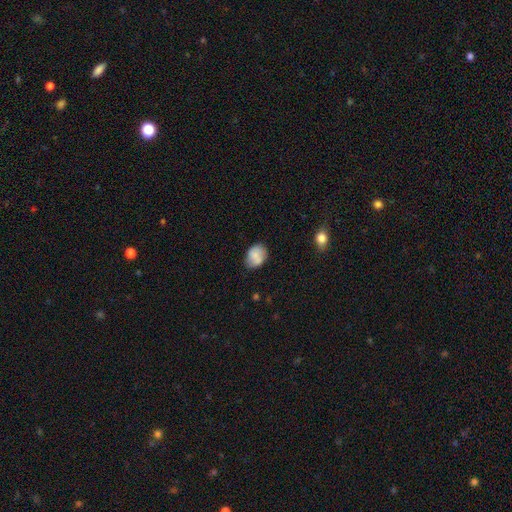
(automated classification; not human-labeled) smooth-or-featured: smooth: 75% | featured or disk: 17% | star or artifact: 8%
  how-rounded: in between: 61% | round: 38% | cigar-shaped: 1%
  merging: none: 57% | minor disturbance: 25% | merger: 12% | major disturbance: 6%